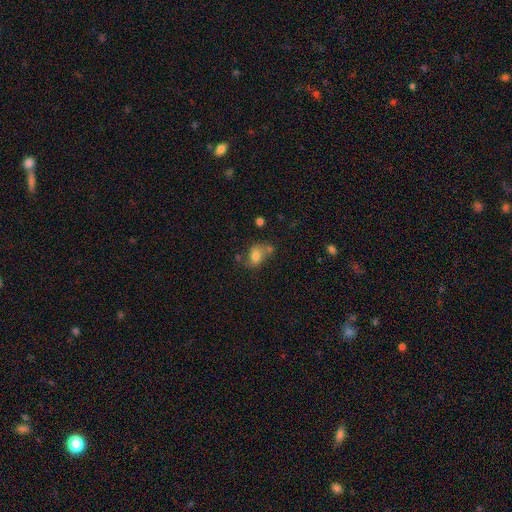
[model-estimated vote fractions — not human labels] This appears to be a smooth galaxy with no disk features (71%) that is in between round and cigar-shaped (72%). Merging: none (42%).